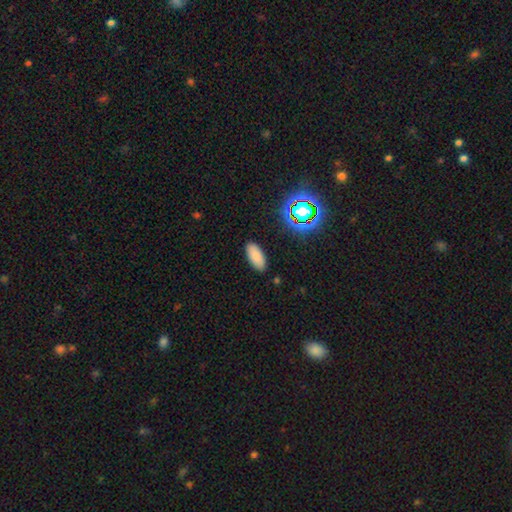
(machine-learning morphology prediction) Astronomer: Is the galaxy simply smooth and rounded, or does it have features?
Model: smooth — 83%.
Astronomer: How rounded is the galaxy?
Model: in between — 86%.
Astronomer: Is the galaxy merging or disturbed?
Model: none — 88%.